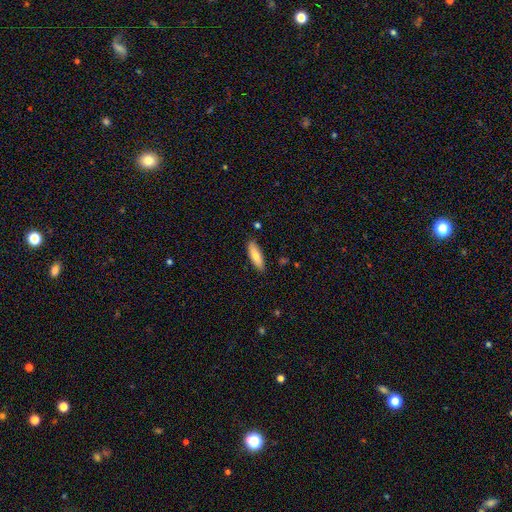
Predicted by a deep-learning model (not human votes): smooth 76%, featured or disk 18%, star or artifact 6%. Down the decision tree: how rounded — in between (50%); merging — none (85%).